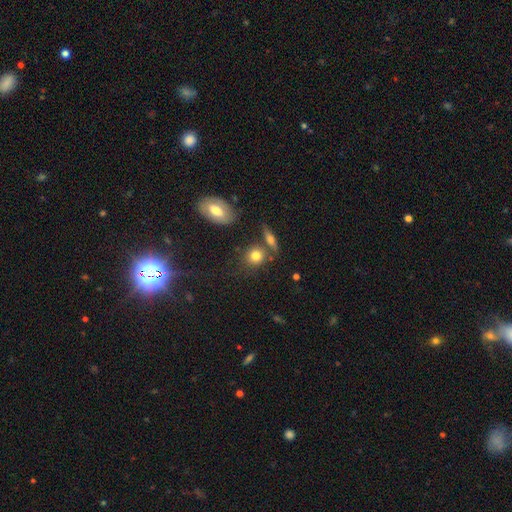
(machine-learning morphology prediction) type=smooth (79%); roundness=round (72%); merging=none (67%).